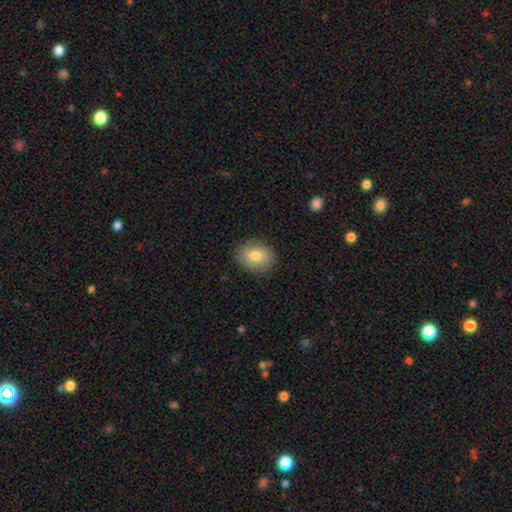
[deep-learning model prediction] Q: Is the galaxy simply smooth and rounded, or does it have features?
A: smooth — 77%.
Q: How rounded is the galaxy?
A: in between — 58%.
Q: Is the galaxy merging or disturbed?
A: none — 85%.